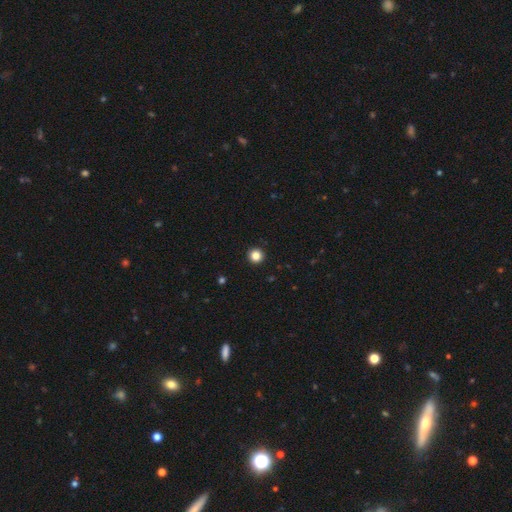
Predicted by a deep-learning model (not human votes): Smooth or featured? smooth (84%)
How rounded? round (96%)
Merging? none (94%)